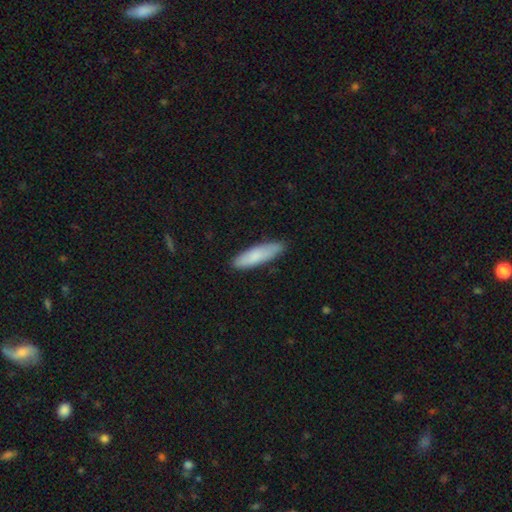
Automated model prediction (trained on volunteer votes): Overall: smooth (82%). How rounded: cigar-shaped (67%; in between 31%). Merging: none (84%).